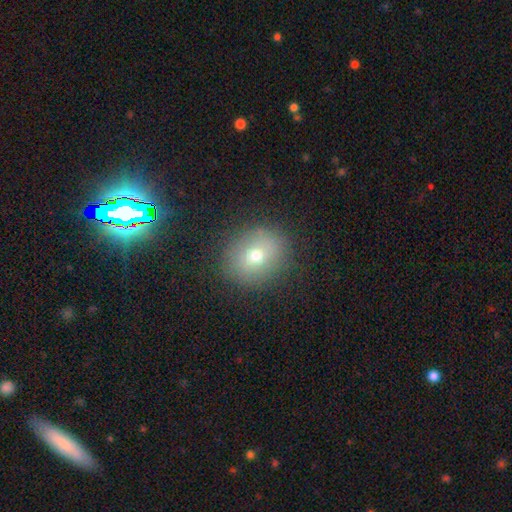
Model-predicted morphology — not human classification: Smooth or featured: smooth — 65% (featured or disk — 18%)
How rounded: round — 64% (in between — 35%)
Merging: none — 86% (minor disturbance — 9%)